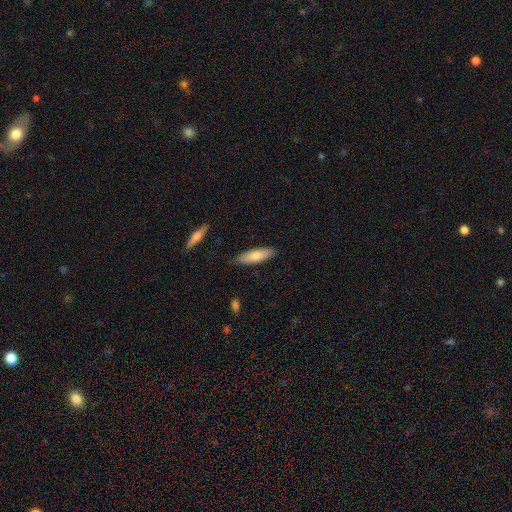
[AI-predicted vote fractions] This appears to be a smooth galaxy with no disk features (75%) that is cigar-shaped (54%). Merging: none (85%).